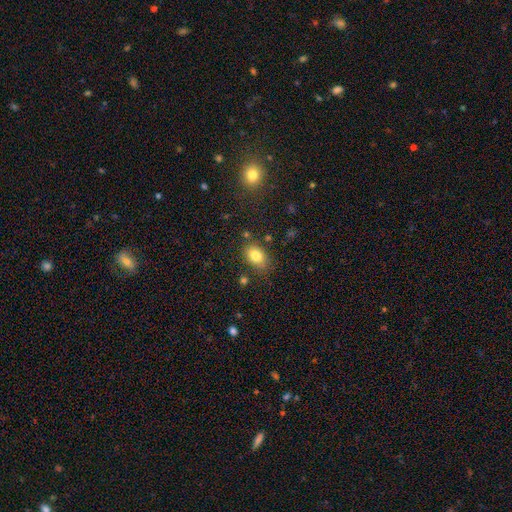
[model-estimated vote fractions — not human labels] smooth 82%, star or artifact 9%, featured or disk 9%. Down the decision tree: how rounded — in between (81%); merging — none (77%).